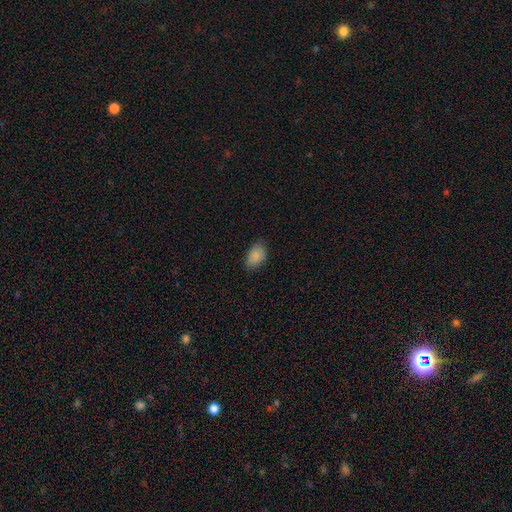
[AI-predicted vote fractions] Smooth or featured? Predicted: smooth (p=0.88). How rounded? Predicted: in between (p=0.89). Merging? Predicted: none (p=0.77).